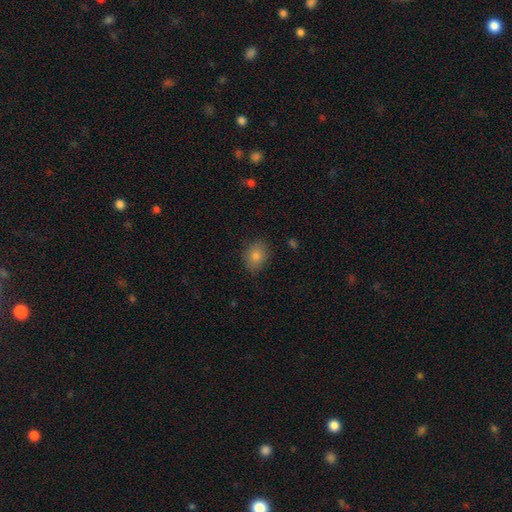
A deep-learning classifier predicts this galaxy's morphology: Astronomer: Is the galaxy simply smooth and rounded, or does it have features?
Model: smooth — 80%.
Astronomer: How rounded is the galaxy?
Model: in between — 53% (runner-up: round, 46%).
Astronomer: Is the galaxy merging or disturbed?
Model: none — 85%.